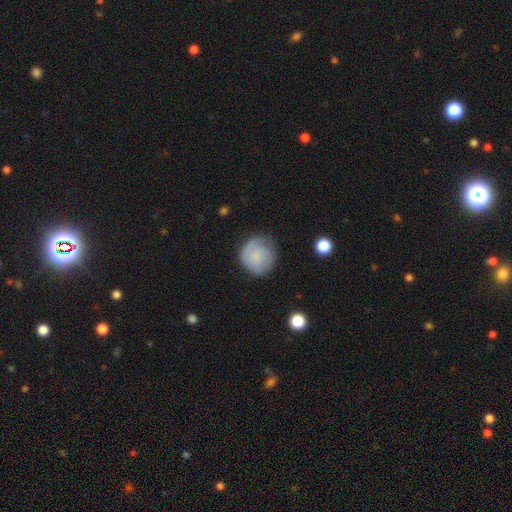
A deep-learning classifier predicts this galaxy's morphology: smooth_or_featured: smooth (p=0.72) [alt: featured or disk p=0.21]
how_rounded: round (p=0.89) [alt: in between p=0.10]
merging: none (p=0.58) [alt: minor disturbance p=0.30]